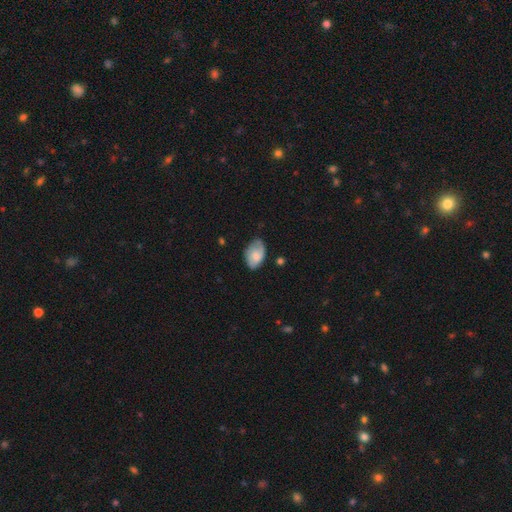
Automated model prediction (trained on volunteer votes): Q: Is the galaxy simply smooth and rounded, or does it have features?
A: smooth — 66%.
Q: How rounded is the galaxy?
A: in between — 90%.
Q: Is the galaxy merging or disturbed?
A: none — 60%.